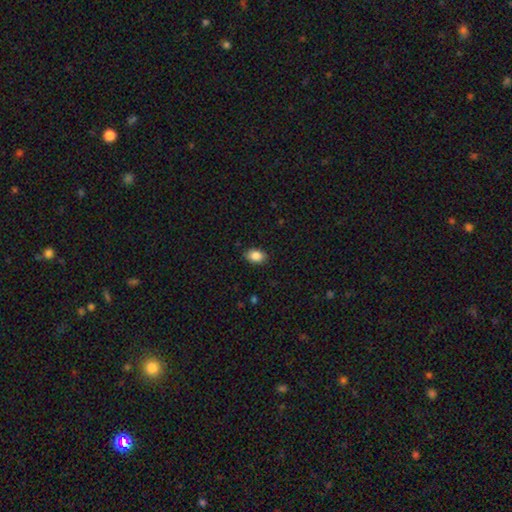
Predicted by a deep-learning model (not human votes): smooth_or_featured: smooth (p=0.87) [alt: star or artifact p=0.08]
how_rounded: in between (p=0.82) [alt: round p=0.17]
merging: none (p=0.88) [alt: minor disturbance p=0.09]